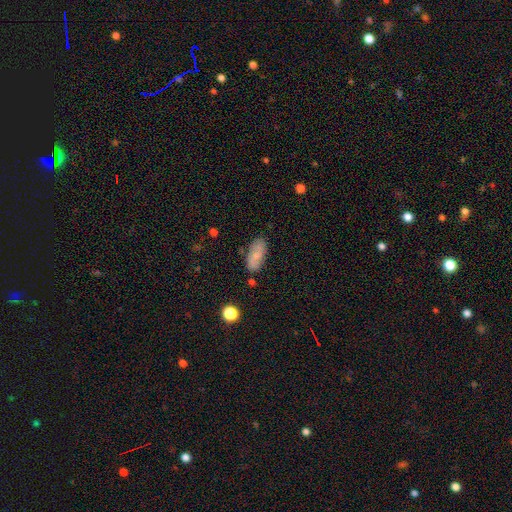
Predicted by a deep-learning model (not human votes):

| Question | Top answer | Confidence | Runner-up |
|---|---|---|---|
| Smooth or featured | smooth | 67% | featured or disk (26%) |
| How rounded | in between | 87% | cigar-shaped (10%) |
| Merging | none | 79% | minor disturbance (14%) |